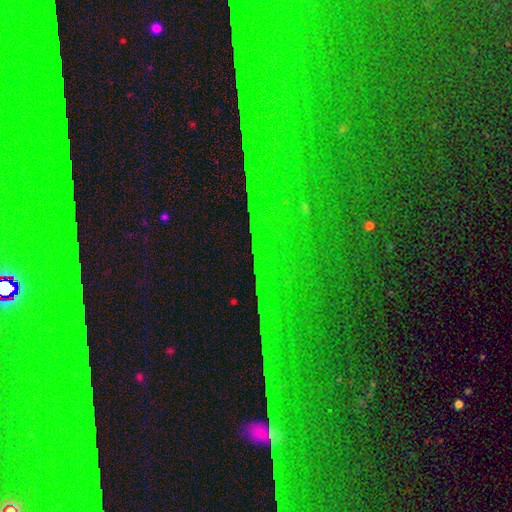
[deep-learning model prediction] smooth_or_featured: star or artifact (p=0.84) [alt: featured or disk p=0.09]